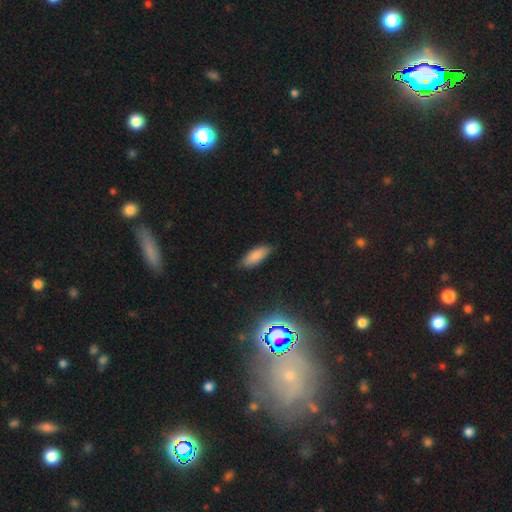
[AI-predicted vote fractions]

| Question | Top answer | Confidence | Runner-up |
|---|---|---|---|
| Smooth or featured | smooth | 82% | star or artifact (10%) |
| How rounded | in between | 73% | cigar-shaped (26%) |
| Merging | none | 83% | minor disturbance (14%) |